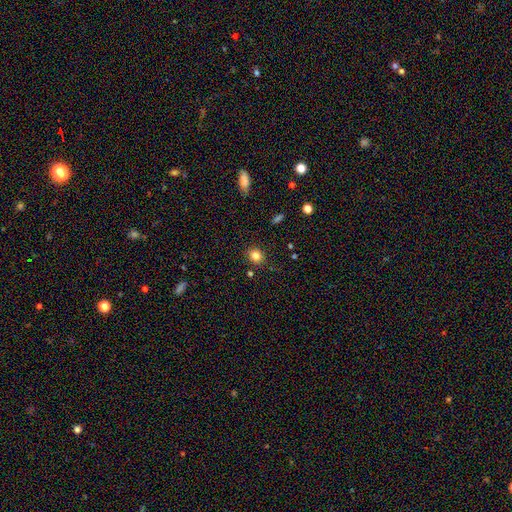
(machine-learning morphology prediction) The model was most divided on "how rounded": round: 70%, in between: 29%, cigar-shaped: 1%. More confident: merging — none (86%); smooth or featured — smooth (82%).